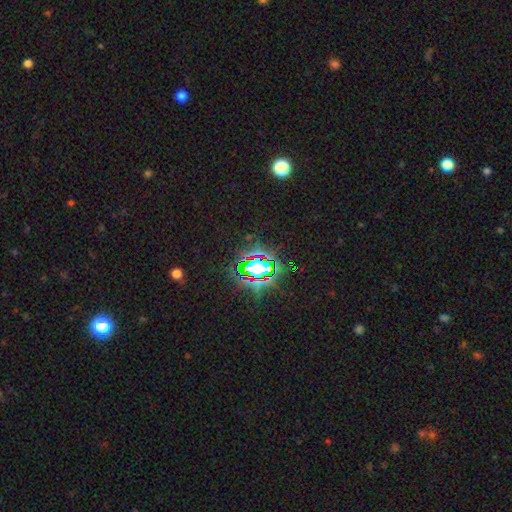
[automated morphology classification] Q: Smooth or featured?
A: star or artifact (77%); runner-up: smooth (13%)